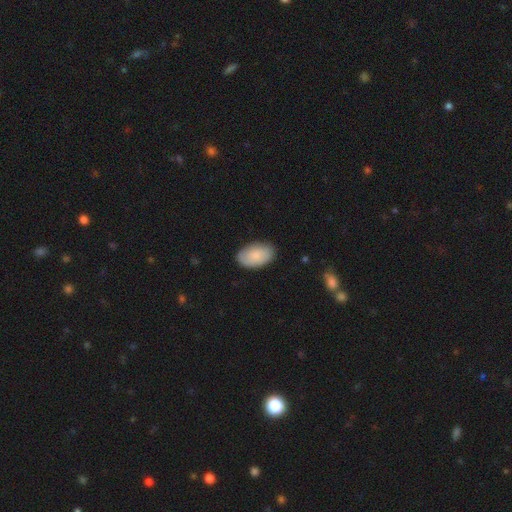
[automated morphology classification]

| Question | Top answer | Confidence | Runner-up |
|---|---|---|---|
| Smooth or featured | smooth | 83% | featured or disk (12%) |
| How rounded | in between | 94% | round (5%) |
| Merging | none | 84% | minor disturbance (13%) |